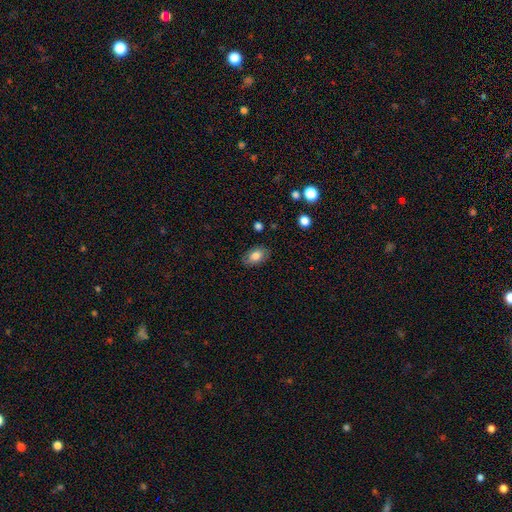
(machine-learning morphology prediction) This is likely a smooth galaxy (78%). How rounded: clearly in between (88%). Merging: clearly none (82%).